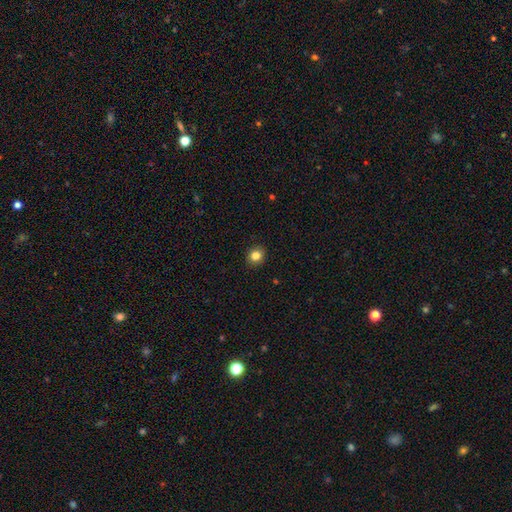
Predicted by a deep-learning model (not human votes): Smooth or featured? Predicted: smooth (p=0.84). How rounded? Predicted: round (p=0.80). Merging? Predicted: none (p=0.91).